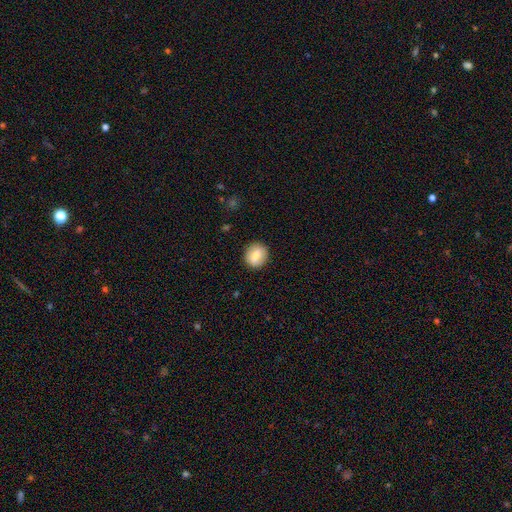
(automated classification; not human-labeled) A smooth galaxy with no disk features (80%) that is round (76%).

Vote fractions:
- Smooth or featured? smooth: 80% / featured or disk: 13% / star or artifact: 8%
- How rounded? round: 76% / in between: 23% / cigar-shaped: 1%
- Merging? none: 88% / minor disturbance: 9% / major disturbance: 2% / merger: 1%